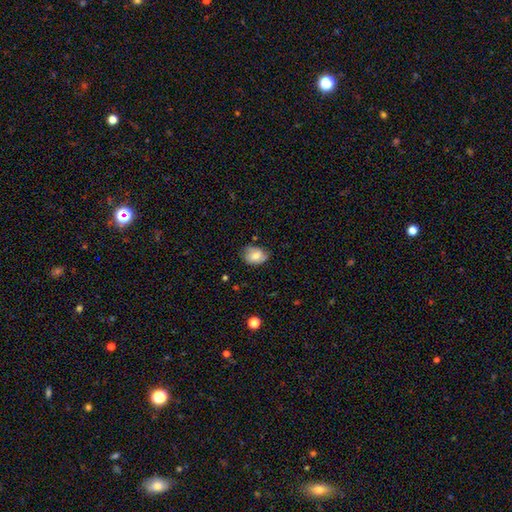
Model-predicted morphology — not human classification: smooth_or_featured: smooth (p=0.61) [alt: featured or disk p=0.31]
how_rounded: in between (p=0.67) [alt: round p=0.32]
merging: none (p=0.60) [alt: minor disturbance p=0.30]